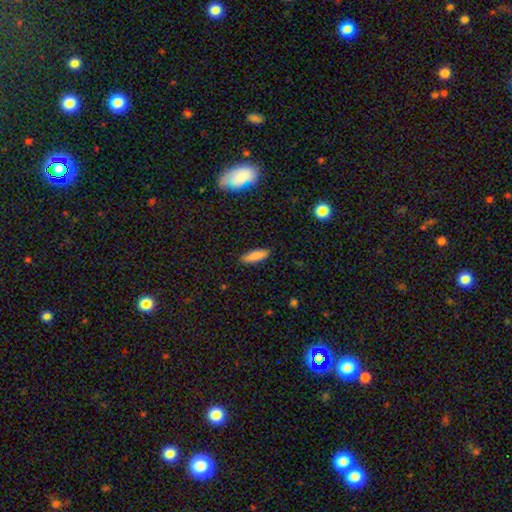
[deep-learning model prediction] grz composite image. It shows a smooth galaxy with no disk features (85%) that is in between round and cigar-shaped (61%). Merging: none (88%).